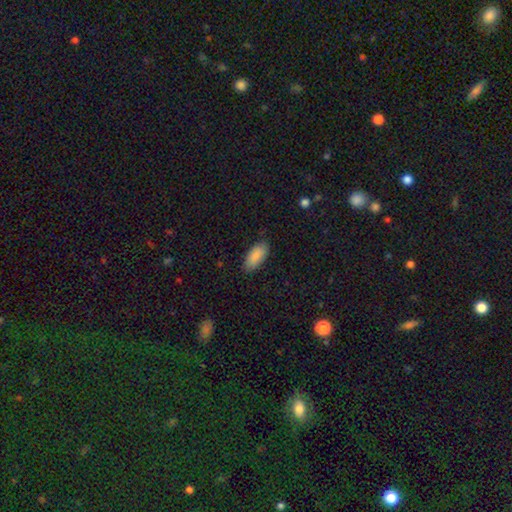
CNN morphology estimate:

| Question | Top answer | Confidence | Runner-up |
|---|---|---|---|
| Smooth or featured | smooth | 88% | featured or disk (6%) |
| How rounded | in between | 87% | cigar-shaped (11%) |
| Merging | none | 84% | minor disturbance (13%) |